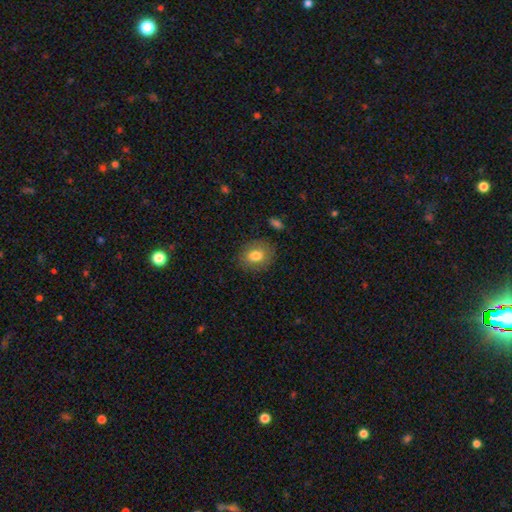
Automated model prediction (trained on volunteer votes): A smooth galaxy with no disk features (79%) that is round (55%). Merging: none (84%).